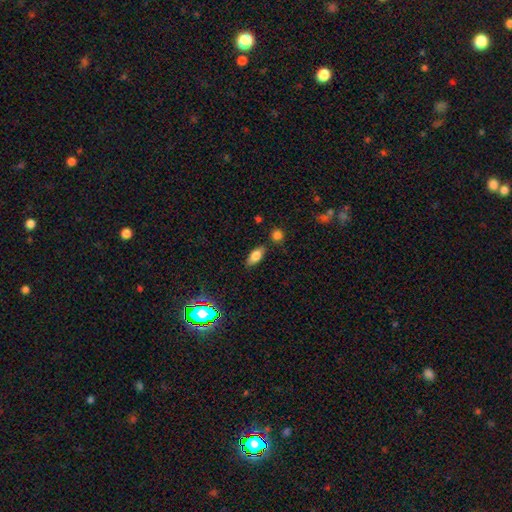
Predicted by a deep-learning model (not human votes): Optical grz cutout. It shows a smooth galaxy with no disk features (76%) that is in between round and cigar-shaped (84%). Merging: none (80%).